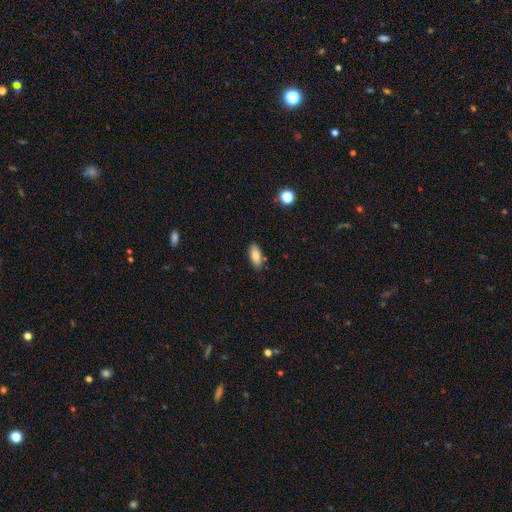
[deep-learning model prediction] Smooth or featured? smooth (83%)
How rounded? in between (86%)
Merging? none (85%)